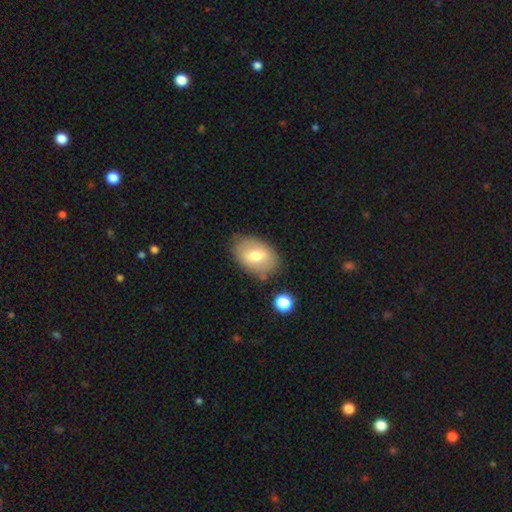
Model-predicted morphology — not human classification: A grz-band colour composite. It shows a smooth galaxy with no disk features (62%) that is in between round and cigar-shaped (85%). Merging: none (78%).